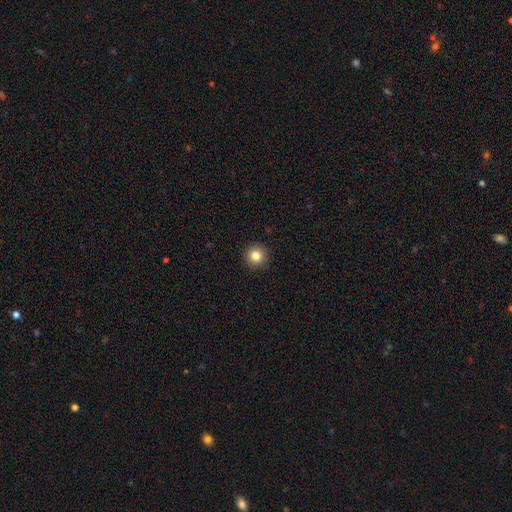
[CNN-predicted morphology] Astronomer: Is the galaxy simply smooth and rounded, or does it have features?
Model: smooth — 83%.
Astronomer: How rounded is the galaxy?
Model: round — 95%.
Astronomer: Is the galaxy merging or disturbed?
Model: none — 93%.